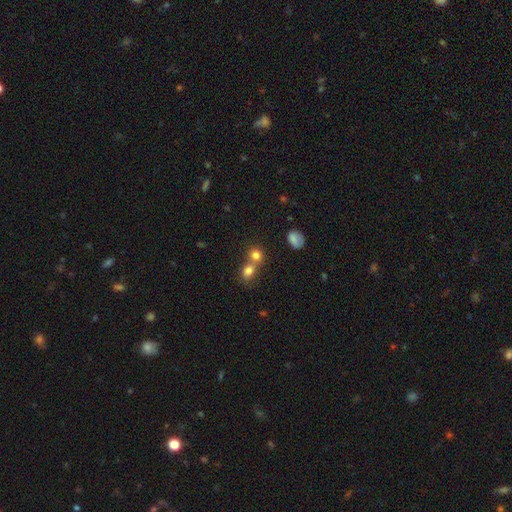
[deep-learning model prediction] Smooth or featured? Predicted: smooth (p=0.78). How rounded? Predicted: round (p=0.74). Merging? Predicted: merger (p=0.54).